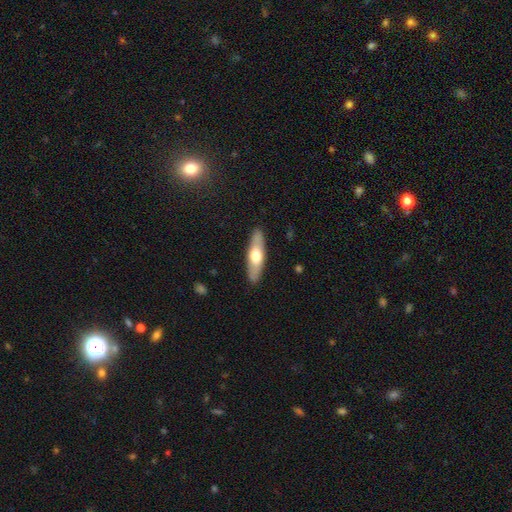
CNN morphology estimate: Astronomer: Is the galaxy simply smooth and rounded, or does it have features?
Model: smooth — 53% (runner-up: featured or disk, 43%).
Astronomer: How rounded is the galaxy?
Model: cigar-shaped — 64%.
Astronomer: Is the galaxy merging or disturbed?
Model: none — 89%.